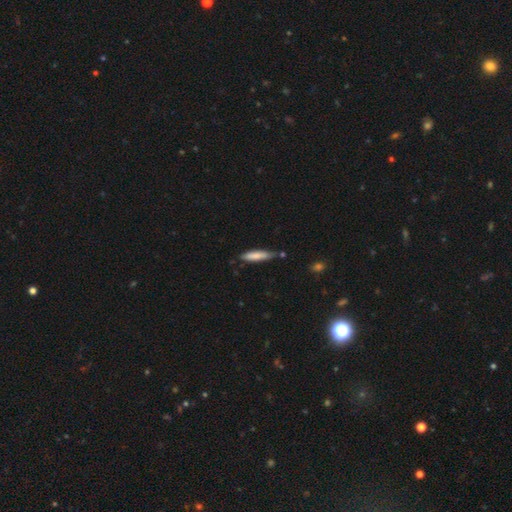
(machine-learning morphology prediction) Smooth or featured: smooth — 78% (featured or disk — 16%)
How rounded: cigar-shaped — 82% (in between — 17%)
Merging: none — 66% (minor disturbance — 24%)